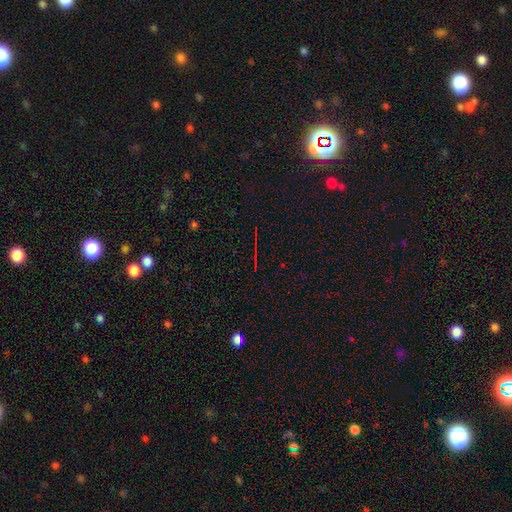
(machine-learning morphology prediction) This appears to be a star or artifact, not a galaxy (73%).